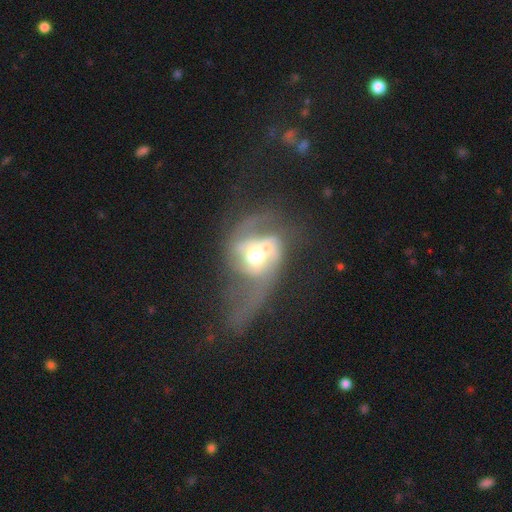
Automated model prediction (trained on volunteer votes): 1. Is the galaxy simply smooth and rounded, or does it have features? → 75% featured or disk, 17% smooth, 8% star or artifact.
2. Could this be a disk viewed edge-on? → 96% no, 4% yes.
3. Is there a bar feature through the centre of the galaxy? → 62% no, 28% weak, 10% strong.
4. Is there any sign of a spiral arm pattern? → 80% yes, 20% no.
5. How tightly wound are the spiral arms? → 53% loose, 35% medium, 12% tight.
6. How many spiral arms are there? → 67% 2, 14% can't tell, 10% 1, 5% 3, 2% 4, 2% more than 4.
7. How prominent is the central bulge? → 65% moderate, 16% small, 15% large, 2% dominant, 2% none.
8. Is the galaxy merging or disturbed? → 37% merger, 34% major disturbance, 18% none, 11% minor disturbance.